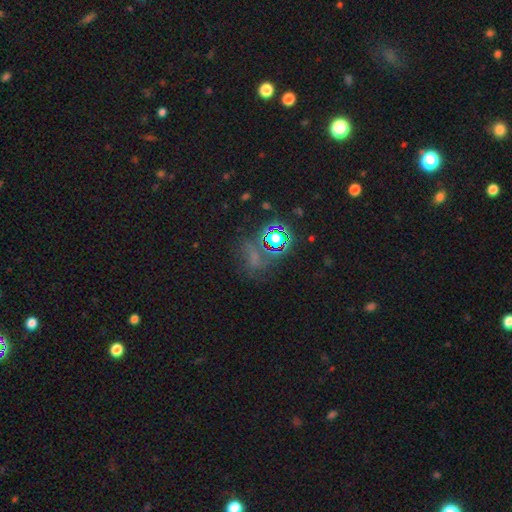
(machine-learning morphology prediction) Smooth or featured? star or artifact (65%)